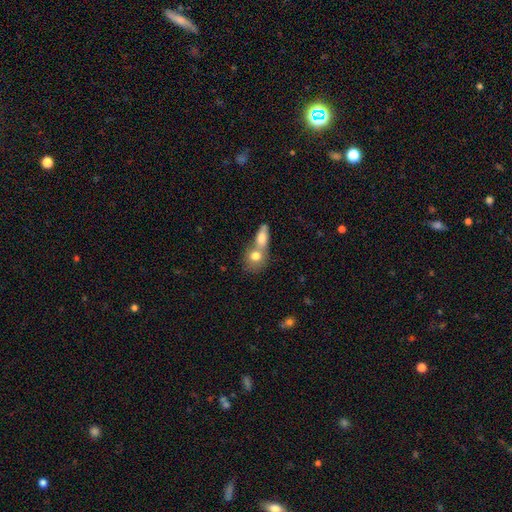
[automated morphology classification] A smooth galaxy with no disk features (75%) that is round (56%). Merging: merger (64%).